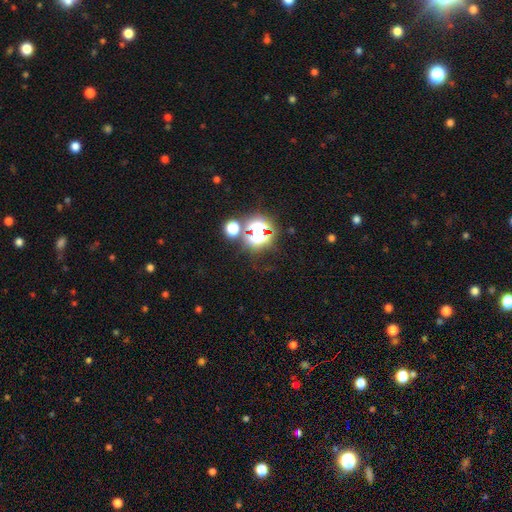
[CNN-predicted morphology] star or artifact 78%, smooth 16%, featured or disk 7%.